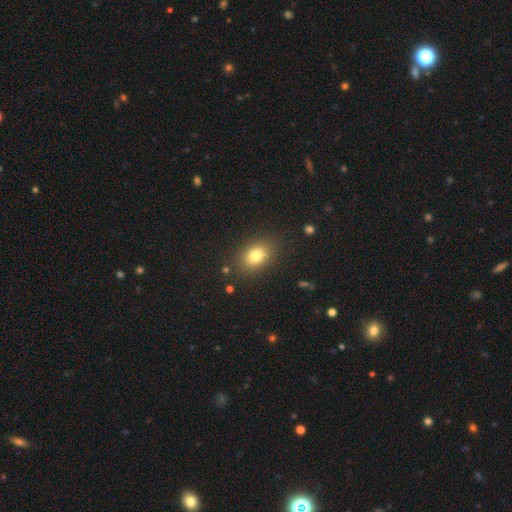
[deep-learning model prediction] The model was most divided on "how rounded": in between: 72%, round: 26%, cigar-shaped: 1%. More confident: merging — none (84%); smooth or featured — smooth (80%).